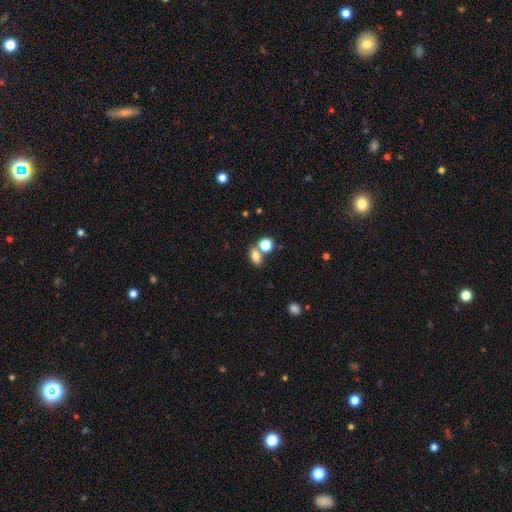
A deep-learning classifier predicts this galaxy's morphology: smooth 77%, star or artifact 12%, featured or disk 10%. Down the decision tree: how rounded — in between (73%); merging — none (54%).